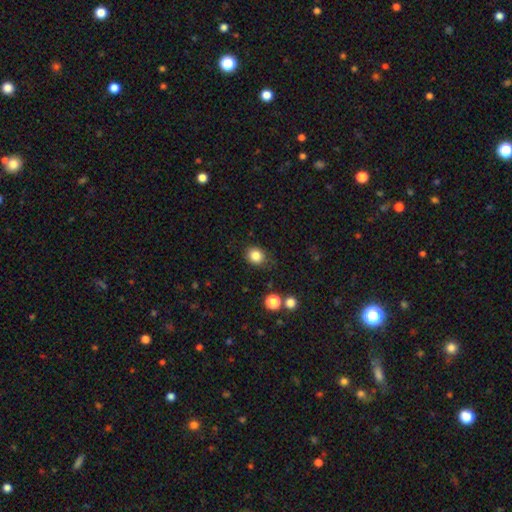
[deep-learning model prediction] A smooth galaxy with no disk features (84%) that is round (72%).

Vote fractions:
- Smooth or featured? smooth: 84% / star or artifact: 11% / featured or disk: 5%
- How rounded? round: 72% / in between: 27% / cigar-shaped: 1%
- Merging? none: 82% / minor disturbance: 12% / major disturbance: 3% / merger: 2%